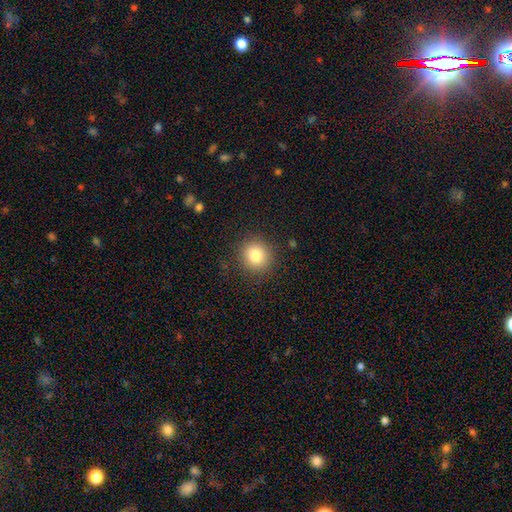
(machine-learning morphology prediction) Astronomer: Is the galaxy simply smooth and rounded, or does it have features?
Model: smooth — 81%.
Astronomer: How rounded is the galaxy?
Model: round — 90%.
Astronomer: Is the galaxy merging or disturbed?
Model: none — 89%.